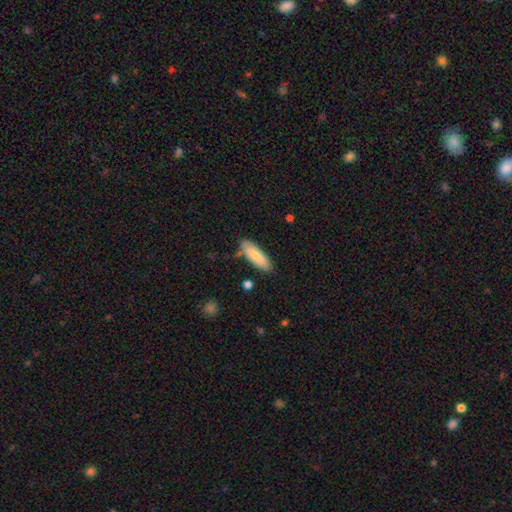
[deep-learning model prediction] smooth 83%, featured or disk 12%, star or artifact 6%. Down the decision tree: how rounded — in between (50%); merging — none (80%).